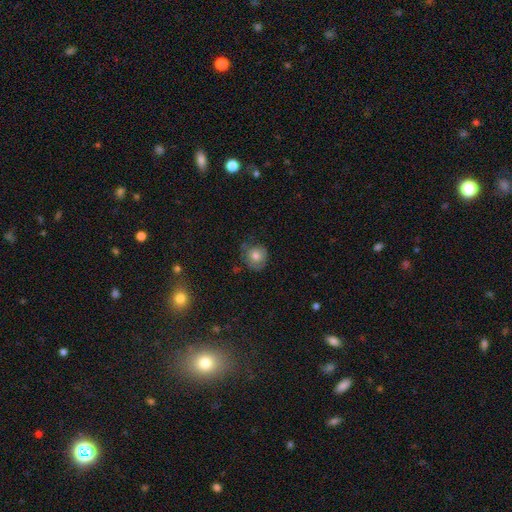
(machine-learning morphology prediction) This appears to be a smooth galaxy with no disk features (67%) that is round (84%). Merging: none (61%).